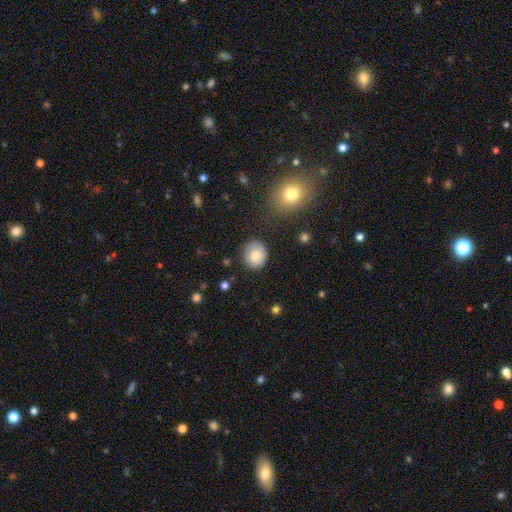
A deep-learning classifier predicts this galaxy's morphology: smooth 83%, featured or disk 9%, star or artifact 9%. Down the decision tree: how rounded — round (83%); merging — none (85%).